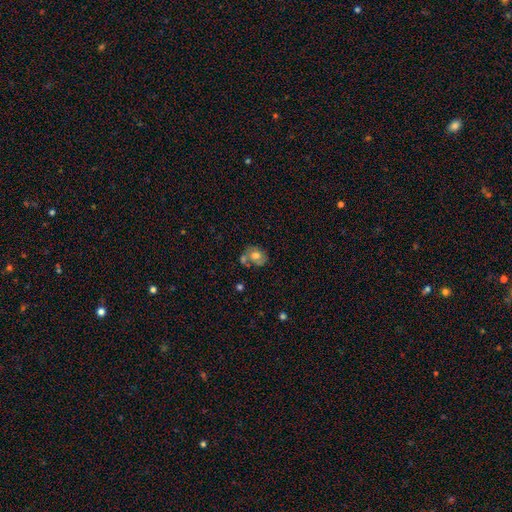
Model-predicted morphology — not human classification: Smooth or featured?
  - smooth: 50% *
  - featured or disk: 41%
  - star or artifact: 9%
How rounded?
  - round: 51% *
  - in between: 48%
  - cigar-shaped: 1%
Merging?
  - none: 44% *
  - merger: 28%
  - minor disturbance: 19%
  - major disturbance: 8%